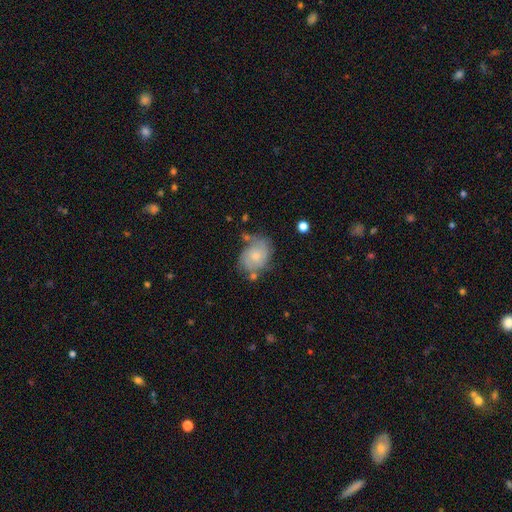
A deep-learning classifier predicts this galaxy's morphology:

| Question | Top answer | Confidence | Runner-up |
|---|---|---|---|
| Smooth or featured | smooth | 46% | tied: featured or disk (46%) |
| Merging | none | 52% | minor disturbance (27%) |